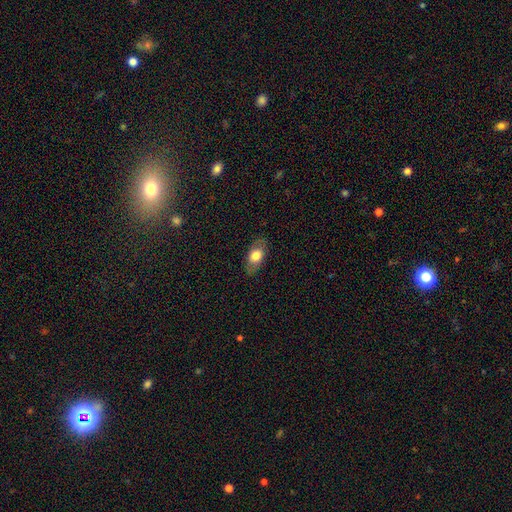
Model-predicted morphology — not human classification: This appears to be a smooth galaxy with no disk features (67%) that is in between round and cigar-shaped (88%). Merging: none (82%).